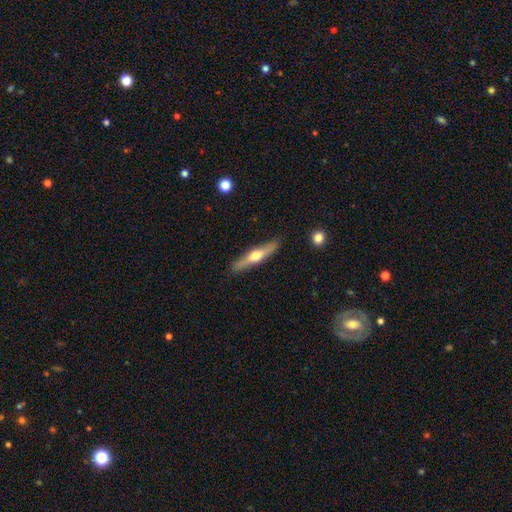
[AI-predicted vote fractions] This is likely a featured or disk galaxy (61%). It is clearly viewed edge-on (95%). Edge-on bulge: clearly rounded (93%). Merging: clearly none (89%).